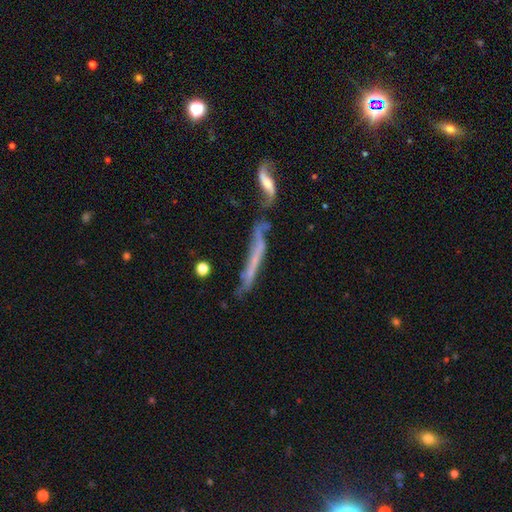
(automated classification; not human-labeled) This appears to be a featured or disk galaxy (55%) viewed edge-on (70%). Merging: none (36%).